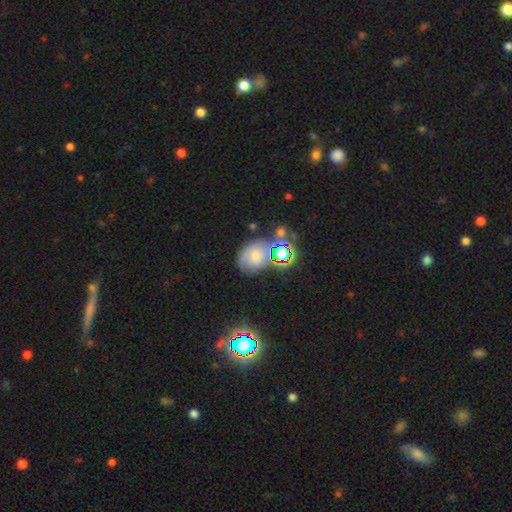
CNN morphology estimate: Smooth or featured? Predicted: smooth (p=0.45). Merging? Predicted: none (p=0.54).